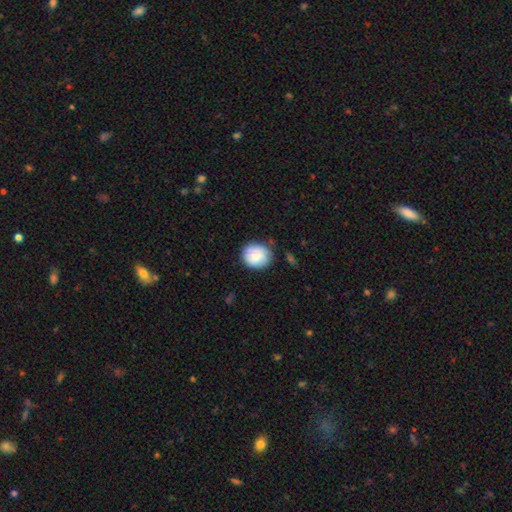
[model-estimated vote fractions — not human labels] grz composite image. It shows a smooth galaxy with no disk features (69%) that is round (80%). Merging: none (78%).